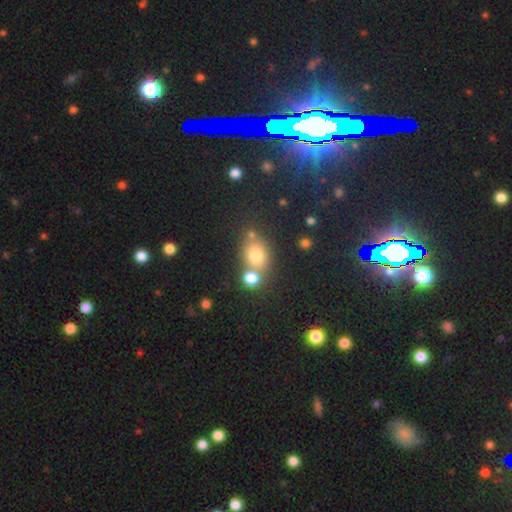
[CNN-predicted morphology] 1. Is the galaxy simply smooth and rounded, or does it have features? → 73% smooth, 16% star or artifact, 11% featured or disk.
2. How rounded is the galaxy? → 51% round, 47% in between, 2% cigar-shaped.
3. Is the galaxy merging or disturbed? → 55% none, 29% merger, 12% minor disturbance, 5% major disturbance.